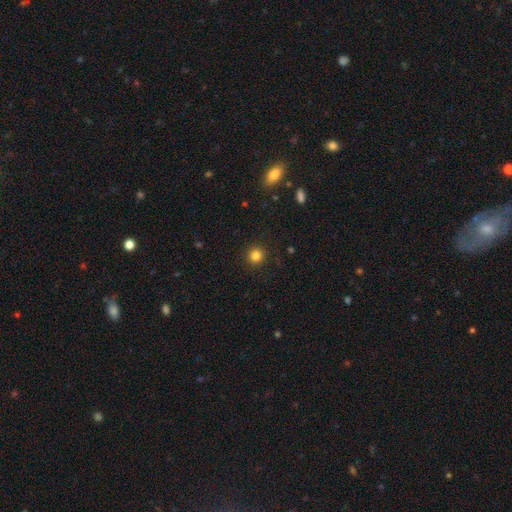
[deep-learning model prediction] Morphology: type=smooth (83%); roundness=round (93%); merging=none (92%).